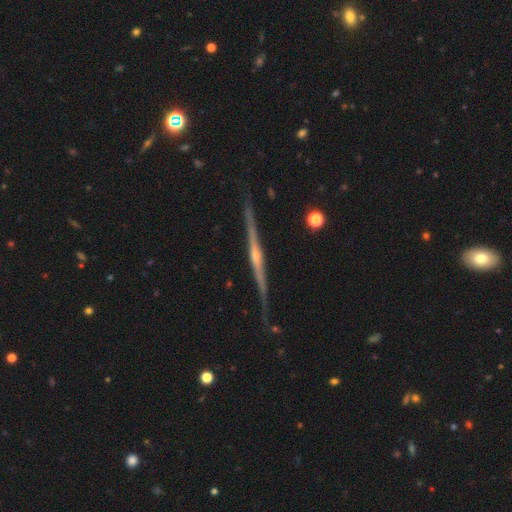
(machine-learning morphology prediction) Q: Smooth or featured?
A: featured or disk (87%); runner-up: smooth (7%)
Q: Edge-on disk?
A: yes (98%); runner-up: no (2%)
Q: Edge-on bulge?
A: rounded (79%); runner-up: none (13%)
Q: Merging?
A: none (89%); runner-up: minor disturbance (8%)